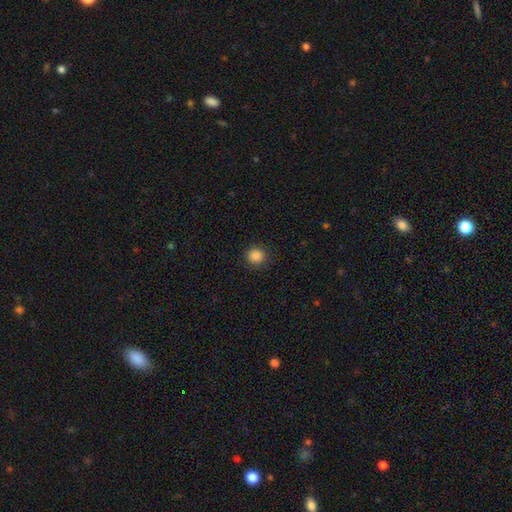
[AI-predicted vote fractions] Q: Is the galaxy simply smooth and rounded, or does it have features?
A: smooth — 87%.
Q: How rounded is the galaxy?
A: round — 90%.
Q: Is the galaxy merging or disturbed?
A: none — 90%.